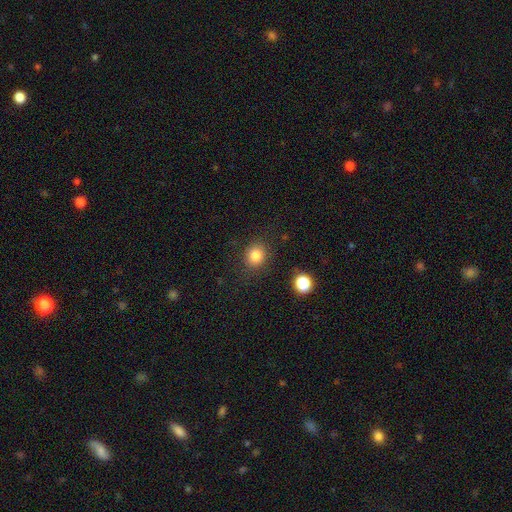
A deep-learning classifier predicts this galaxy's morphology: smooth_or_featured: smooth (p=0.83) [alt: star or artifact p=0.12]
how_rounded: round (p=0.74) [alt: in between p=0.25]
merging: none (p=0.86) [alt: minor disturbance p=0.09]